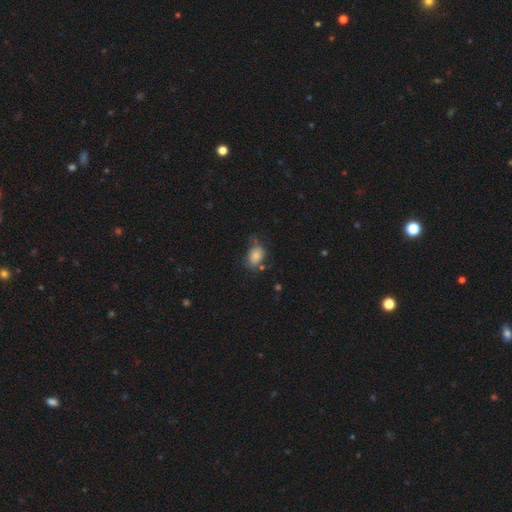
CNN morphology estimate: Smooth or featured? Predicted: smooth (p=0.82). How rounded? Predicted: in between (p=0.75). Merging? Predicted: none (p=0.53).